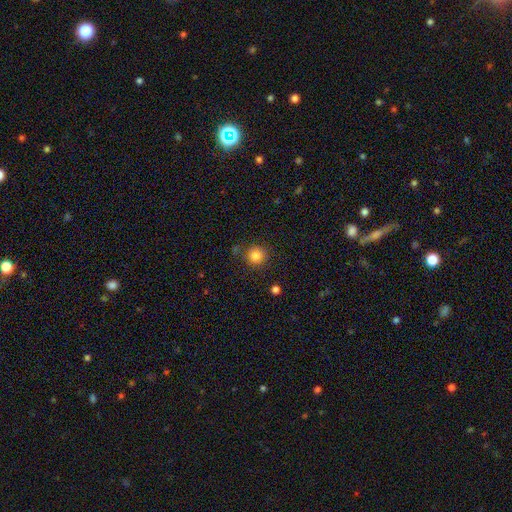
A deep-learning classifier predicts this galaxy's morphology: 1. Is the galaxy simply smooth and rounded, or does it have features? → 84% smooth, 11% star or artifact, 5% featured or disk.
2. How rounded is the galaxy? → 94% round, 6% in between, 1% cigar-shaped.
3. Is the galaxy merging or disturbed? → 83% none, 9% minor disturbance, 4% merger, 3% major disturbance.